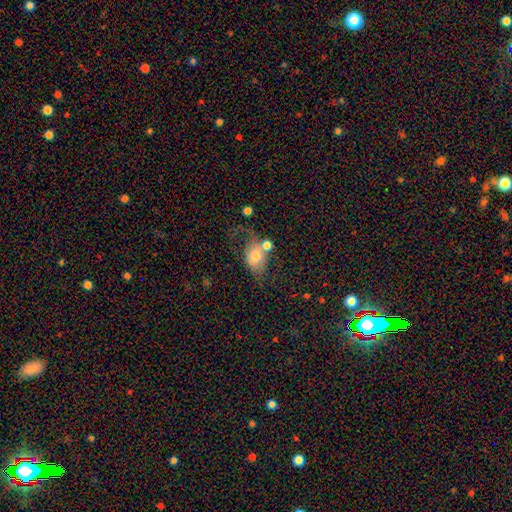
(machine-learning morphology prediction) Smooth or featured: smooth — 52% (featured or disk — 38%)
How rounded: in between — 59% (round — 40%)
Merging: merger — 33% (none — 27%)